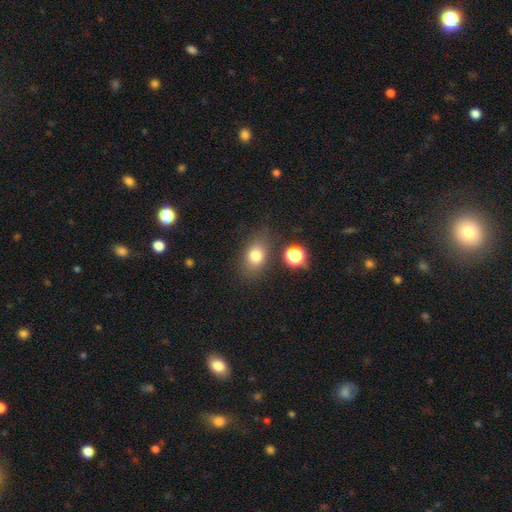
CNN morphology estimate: smooth 78%, star or artifact 12%, featured or disk 10%. Down the decision tree: how rounded — in between (69%); merging — none (77%).